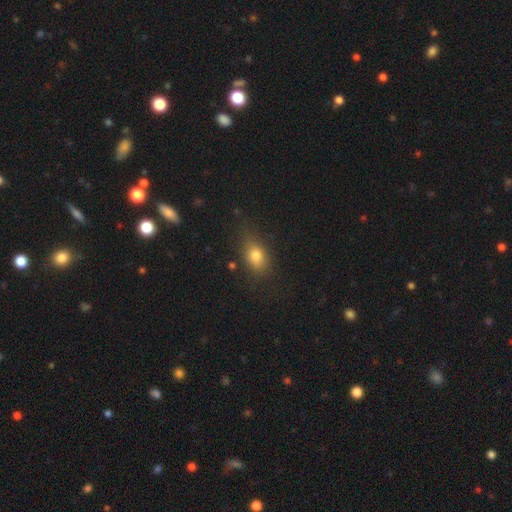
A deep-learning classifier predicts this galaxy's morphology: Q: Smooth or featured?
A: smooth (78%); runner-up: featured or disk (12%)
Q: How rounded?
A: in between (76%); runner-up: round (19%)
Q: Merging?
A: none (69%); runner-up: minor disturbance (21%)